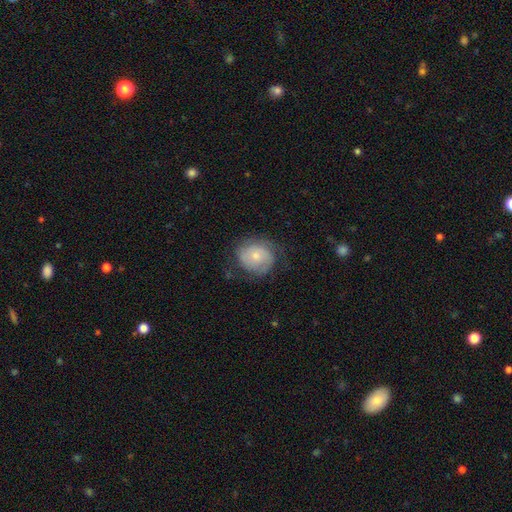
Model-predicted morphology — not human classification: type=smooth (48%); merging=none (60%).